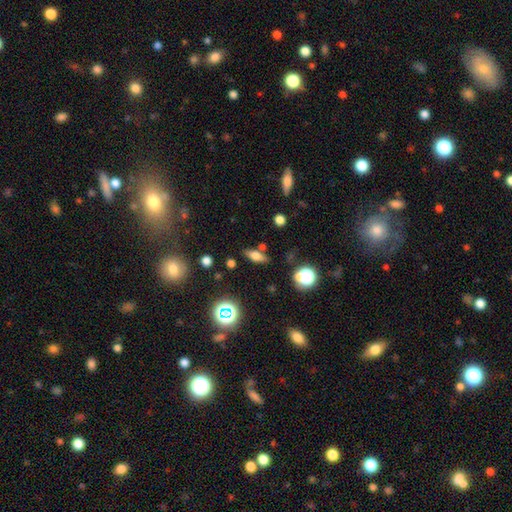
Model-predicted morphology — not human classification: type=smooth (61%); roundness=in between (65%); merging=none (78%).